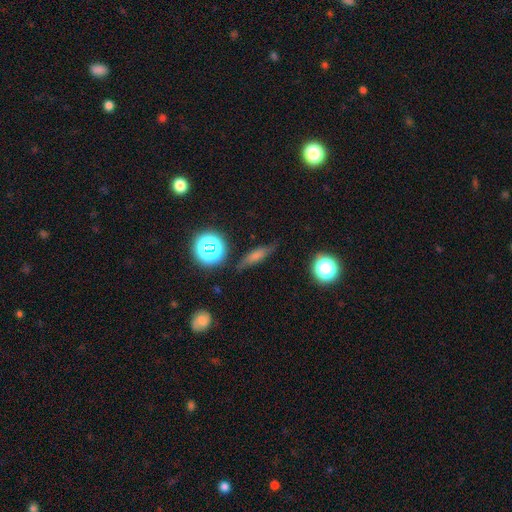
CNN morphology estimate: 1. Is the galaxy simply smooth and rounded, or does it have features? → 46% smooth, 33% featured or disk, 21% star or artifact.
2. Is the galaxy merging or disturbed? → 81% none, 13% minor disturbance, 4% major disturbance, 2% merger.